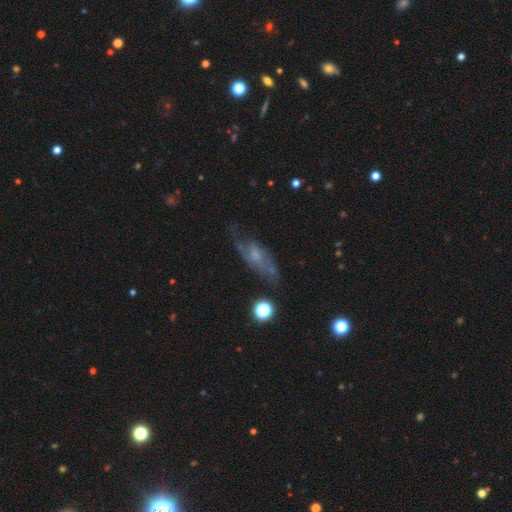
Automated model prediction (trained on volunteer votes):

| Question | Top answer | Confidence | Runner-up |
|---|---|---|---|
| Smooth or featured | featured or disk | 64% | smooth (24%) |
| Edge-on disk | no | 84% | yes (16%) |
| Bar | no | 61% | weak (33%) |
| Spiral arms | yes | 76% | no (24%) |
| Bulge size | small | 40% | moderate (29%) |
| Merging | none | 55% | minor disturbance (23%) |